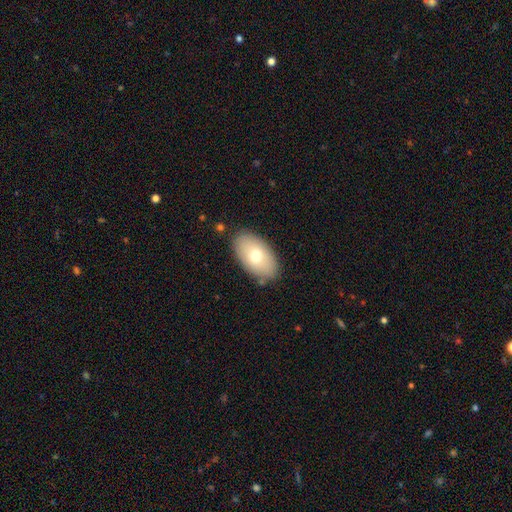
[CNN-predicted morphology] Smooth or featured? smooth (71%)
How rounded? in between (94%)
Merging? none (85%)